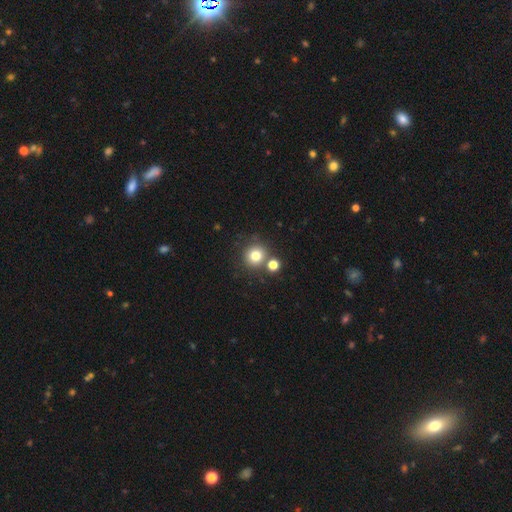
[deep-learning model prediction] Smooth or featured: smooth — 78% (star or artifact — 14%)
How rounded: round — 91% (in between — 8%)
Merging: none — 72% (merger — 17%)